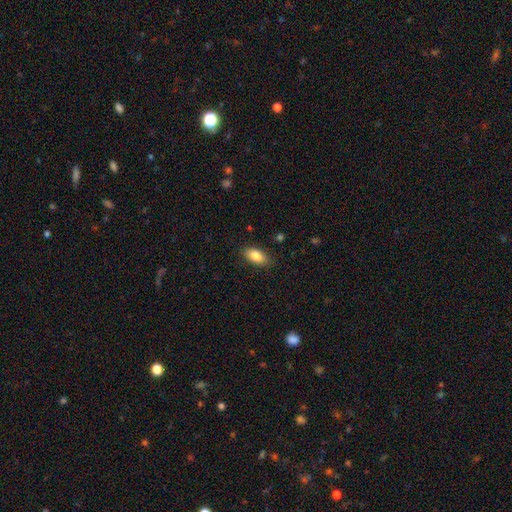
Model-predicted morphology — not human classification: smooth_or_featured: smooth (p=0.83) [alt: featured or disk p=0.10]
how_rounded: in between (p=0.90) [alt: cigar-shaped p=0.06]
merging: none (p=0.86) [alt: minor disturbance p=0.11]